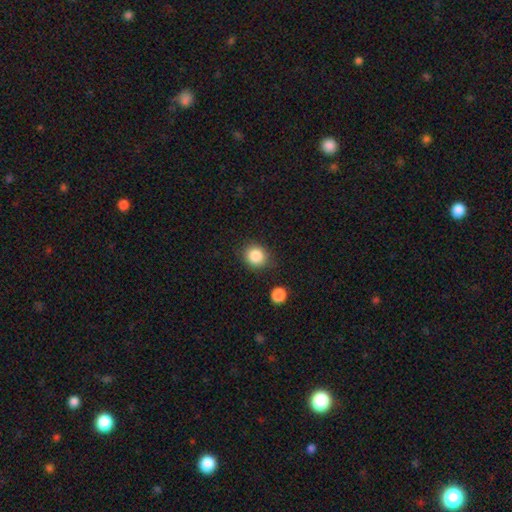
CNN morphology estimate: The model was most divided on "how rounded": round: 79%, in between: 20%, cigar-shaped: 1%. More confident: smooth or featured — smooth (86%); merging — none (81%).